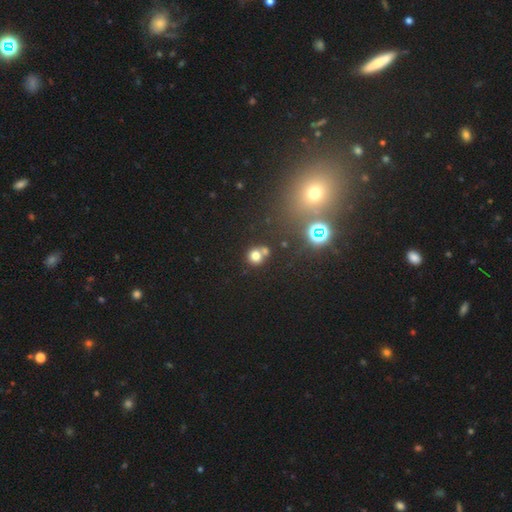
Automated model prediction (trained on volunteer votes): This is likely a smooth galaxy (73%). How rounded: clearly round (86%). Merging: possibly none (55%).